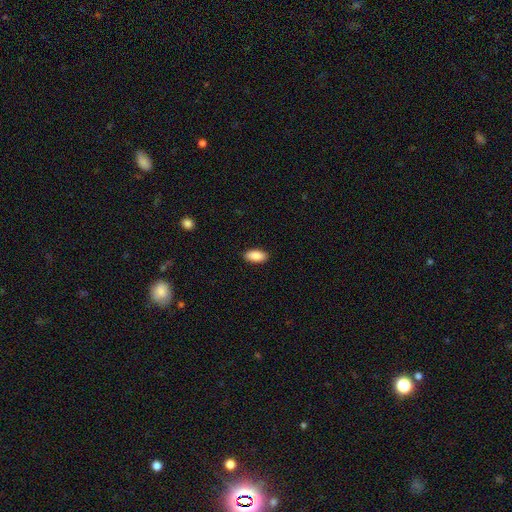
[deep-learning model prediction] This is clearly a smooth galaxy (89%). How rounded: clearly in between (91%). Merging: clearly none (90%).